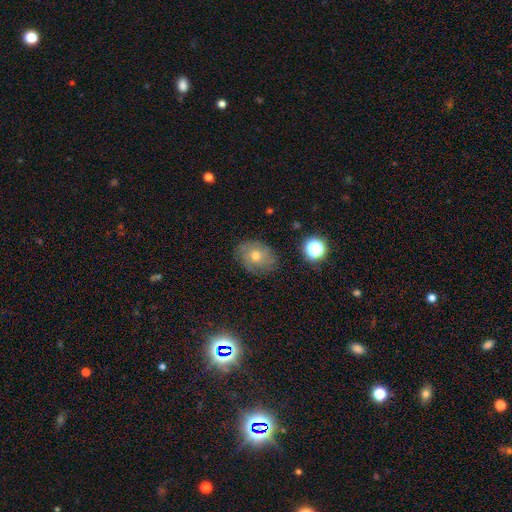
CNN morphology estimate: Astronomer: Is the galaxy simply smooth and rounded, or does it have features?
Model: smooth — 51% (runner-up: featured or disk, 35%).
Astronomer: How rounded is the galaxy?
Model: in between — 55% (runner-up: round, 44%).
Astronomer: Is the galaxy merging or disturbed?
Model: none — 74%.